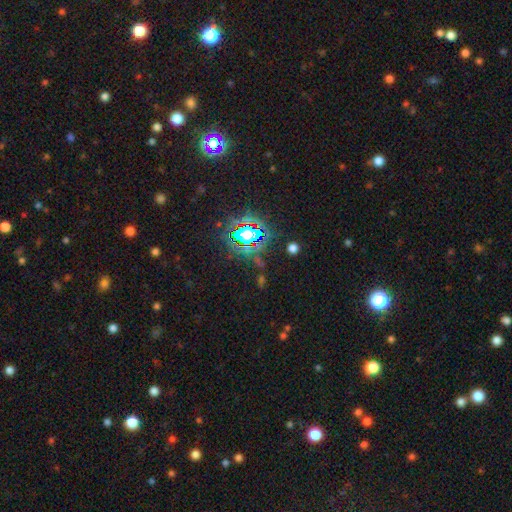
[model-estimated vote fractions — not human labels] Smooth or featured? star or artifact (78%)